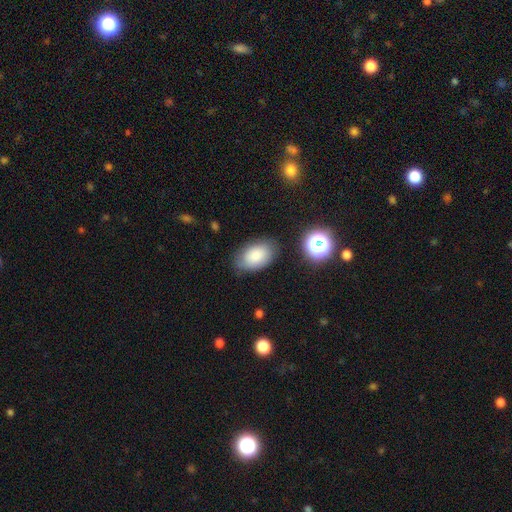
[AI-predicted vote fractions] Q: Smooth or featured?
A: smooth (83%); runner-up: featured or disk (9%)
Q: How rounded?
A: in between (91%); runner-up: round (8%)
Q: Merging?
A: none (77%); runner-up: minor disturbance (16%)